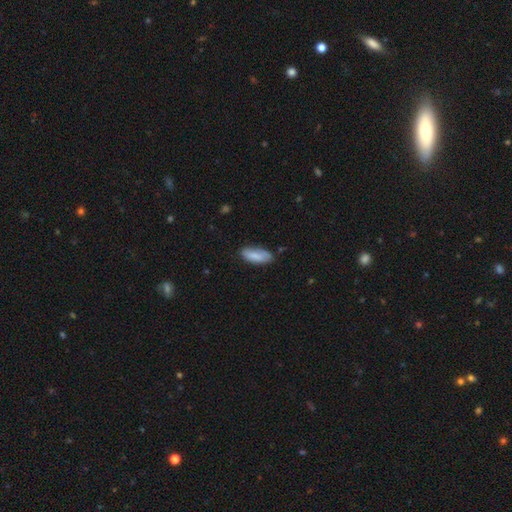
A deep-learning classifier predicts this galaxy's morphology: Q: Smooth or featured?
A: smooth (81%); runner-up: featured or disk (13%)
Q: How rounded?
A: in between (75%); runner-up: cigar-shaped (23%)
Q: Merging?
A: none (71%); runner-up: minor disturbance (23%)